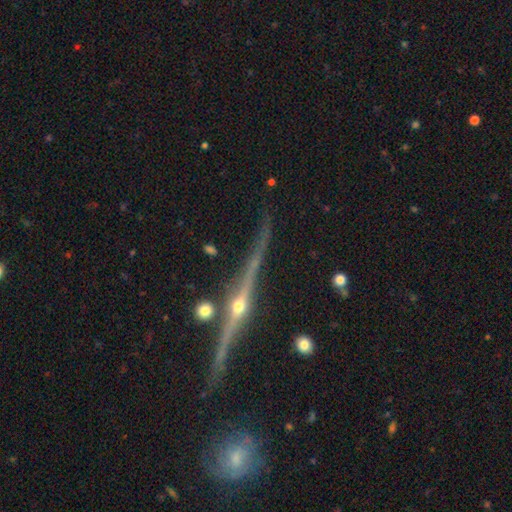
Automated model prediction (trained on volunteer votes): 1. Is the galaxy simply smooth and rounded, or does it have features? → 88% featured or disk, 7% star or artifact, 4% smooth.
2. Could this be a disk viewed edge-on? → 98% yes, 2% no.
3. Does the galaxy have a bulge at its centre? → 94% rounded, 4% none, 2% boxy.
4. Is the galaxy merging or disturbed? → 86% none, 9% minor disturbance, 3% merger, 2% major disturbance.